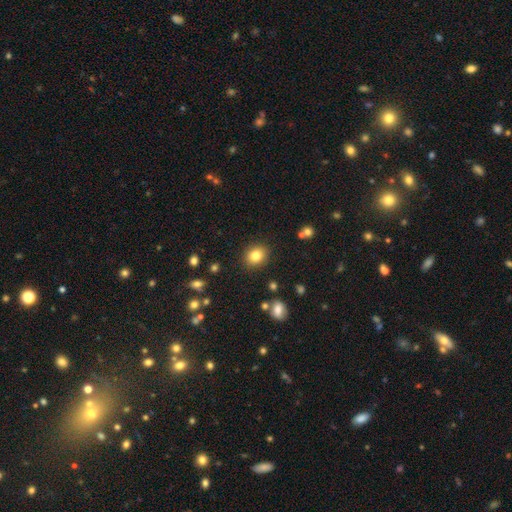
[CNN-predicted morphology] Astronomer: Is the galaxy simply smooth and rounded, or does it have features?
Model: smooth — 82%.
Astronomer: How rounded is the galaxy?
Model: round — 65%.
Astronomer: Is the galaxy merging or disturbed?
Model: none — 88%.